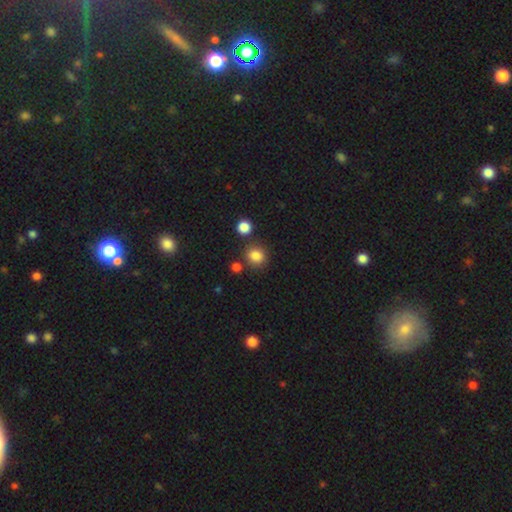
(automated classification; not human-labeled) A smooth galaxy with no disk features (83%) that is round (81%).

Vote fractions:
- Smooth or featured? smooth: 83% / star or artifact: 12% / featured or disk: 5%
- How rounded? round: 81% / in between: 18% / cigar-shaped: 1%
- Merging? none: 79% / minor disturbance: 10% / merger: 8% / major disturbance: 3%